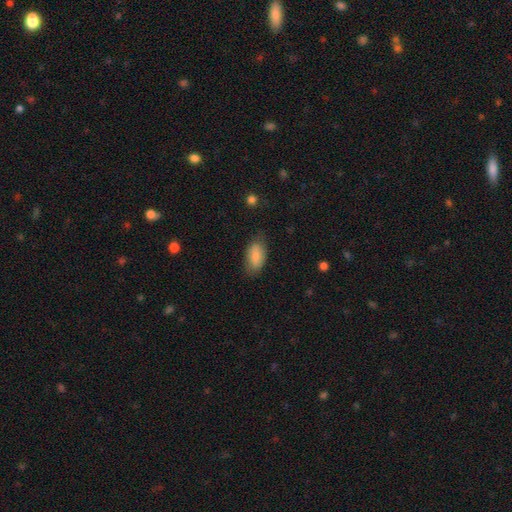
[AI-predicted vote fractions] A smooth galaxy with no disk features (84%) that is in between round and cigar-shaped (91%).

Vote fractions:
- Smooth or featured? smooth: 84% / featured or disk: 10% / star or artifact: 6%
- How rounded? in between: 91% / cigar-shaped: 6% / round: 3%
- Merging? none: 73% / minor disturbance: 20% / major disturbance: 5% / merger: 1%